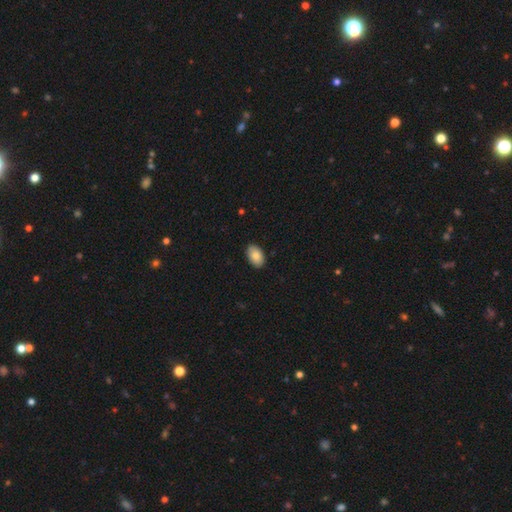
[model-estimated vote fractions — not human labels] Overall: smooth (86%). How rounded: in between (91%). Merging: none (89%).